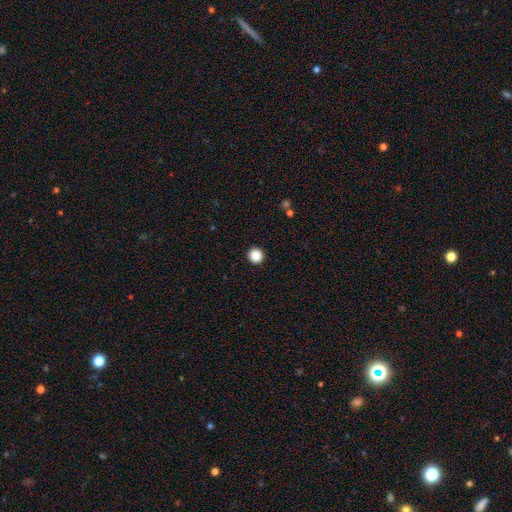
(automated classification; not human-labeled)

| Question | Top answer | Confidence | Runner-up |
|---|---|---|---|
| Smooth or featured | smooth | 88% | star or artifact (10%) |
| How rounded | round | 96% | in between (4%) |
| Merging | none | 94% | minor disturbance (4%) |